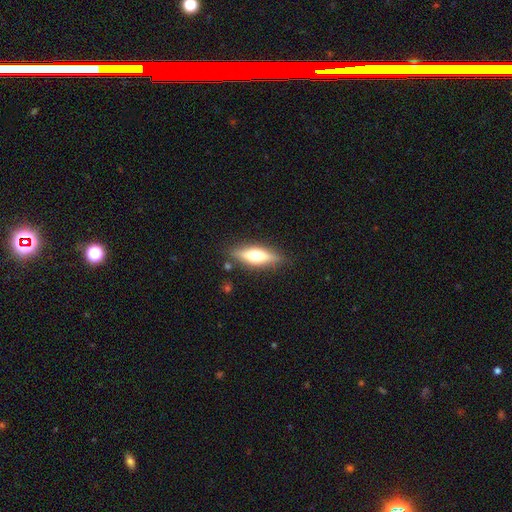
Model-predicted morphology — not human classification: Overall: featured or disk (47%, tied with smooth). Merging: none (83%).